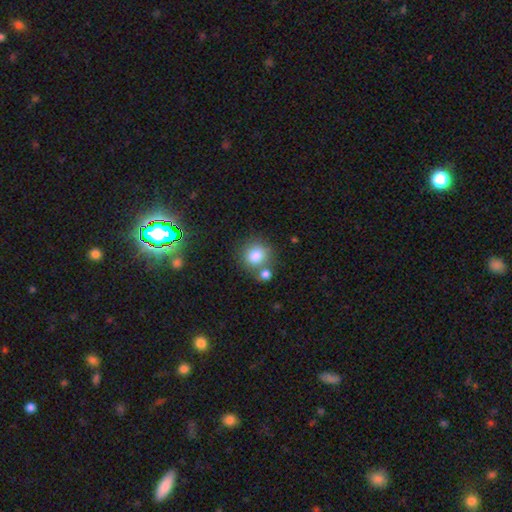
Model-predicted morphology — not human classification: Overall: smooth (81%). How rounded: round (86%). Merging: none (63%; merger 23%).